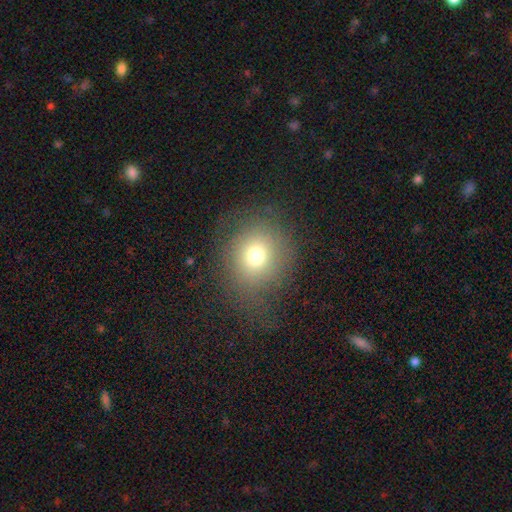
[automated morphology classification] Overall: smooth (71%). How rounded: round (86%). Merging: none (72%).